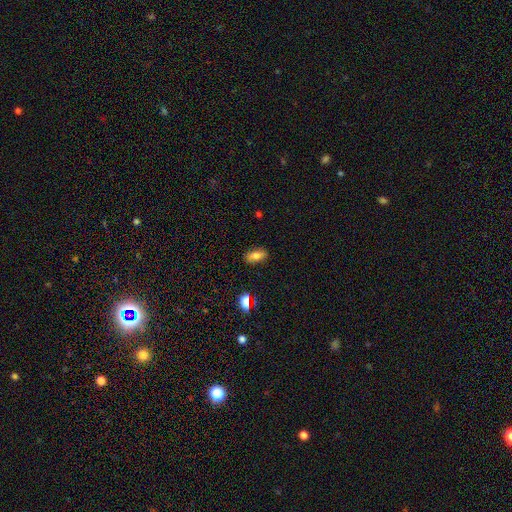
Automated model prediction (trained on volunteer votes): smooth 74%, featured or disk 15%, star or artifact 11%. Down the decision tree: how rounded — in between (82%); merging — none (87%).